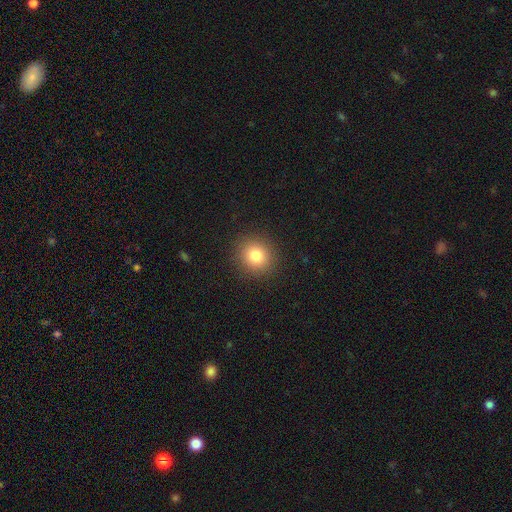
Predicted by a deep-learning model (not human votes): smooth 82%, star or artifact 12%, featured or disk 7%. Down the decision tree: how rounded — round (87%); merging — none (91%).